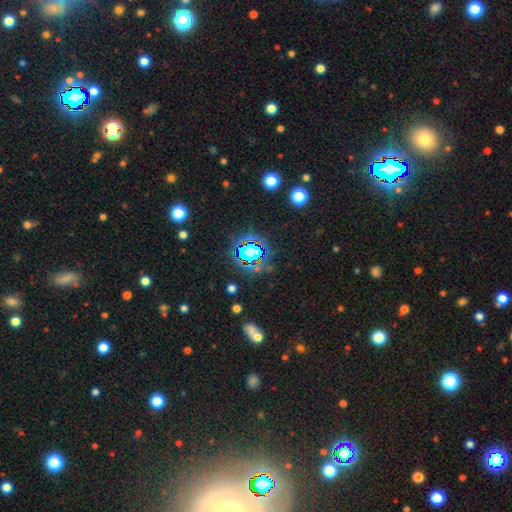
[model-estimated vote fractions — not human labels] This appears to be a star or artifact, not a galaxy (66%).